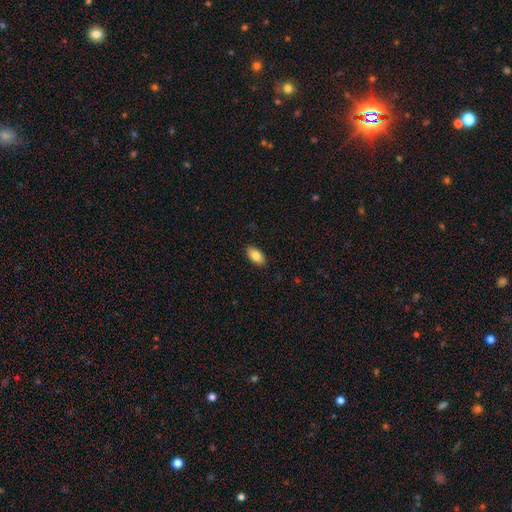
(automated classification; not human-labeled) Overall: smooth (85%). How rounded: in between (93%). Merging: none (88%).